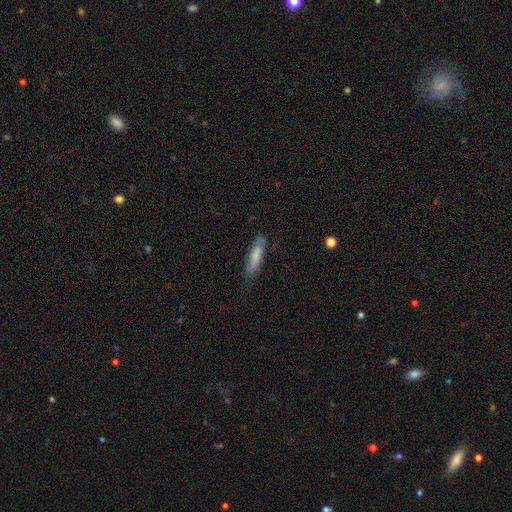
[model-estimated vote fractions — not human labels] This appears to be a smooth galaxy with no disk features (76%) that is cigar-shaped (72%). Merging: none (78%).